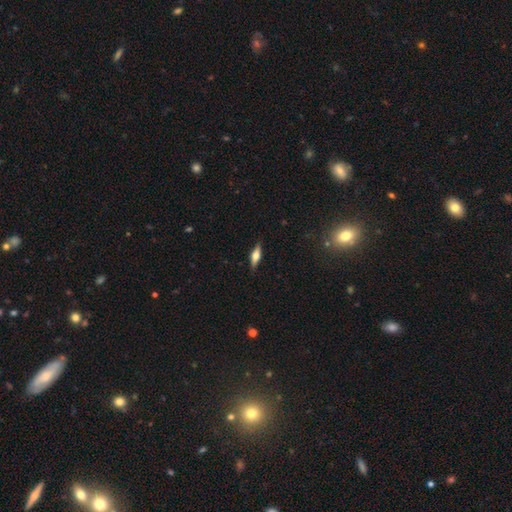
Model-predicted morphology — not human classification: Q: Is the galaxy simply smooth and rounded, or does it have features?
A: featured or disk — 50%.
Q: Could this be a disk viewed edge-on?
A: yes — 94%.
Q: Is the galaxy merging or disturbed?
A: none — 86%.